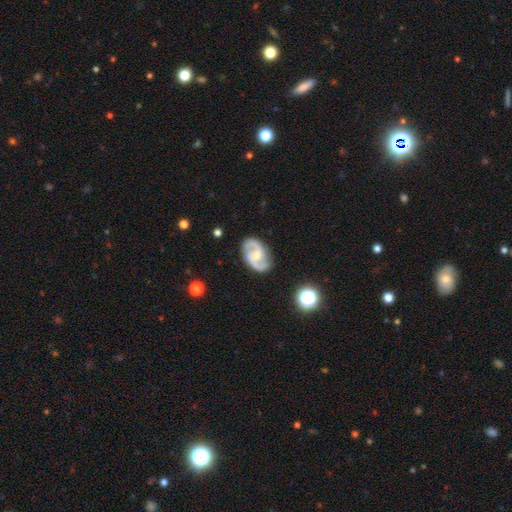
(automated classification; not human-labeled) This appears to be a featured or disk galaxy (87%) with a weak bar (46%), 2 (92%) medium (55%) spiral arms (96%) and a moderate central bulge (46%). Merging: none (82%).